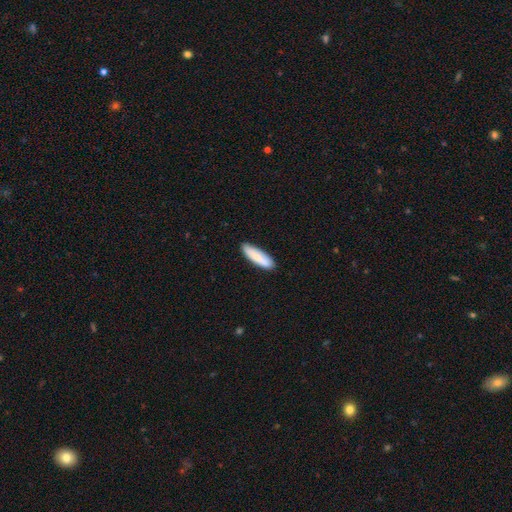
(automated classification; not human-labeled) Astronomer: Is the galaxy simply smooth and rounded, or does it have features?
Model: smooth — 83%.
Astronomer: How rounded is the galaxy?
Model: cigar-shaped — 62%.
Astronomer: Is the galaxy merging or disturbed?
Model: none — 88%.